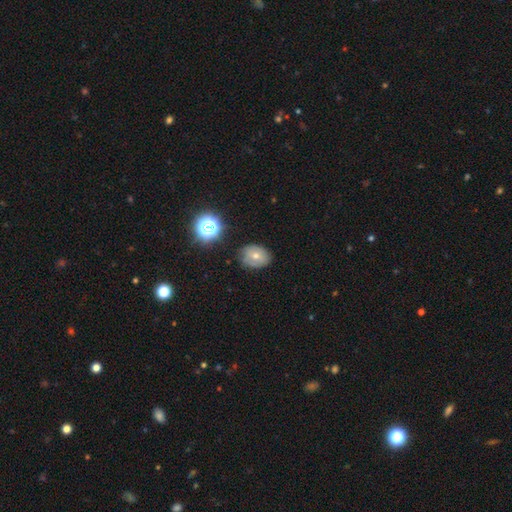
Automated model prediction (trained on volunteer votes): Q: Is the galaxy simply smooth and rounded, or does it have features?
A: smooth — 62%.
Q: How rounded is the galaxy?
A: in between — 54%.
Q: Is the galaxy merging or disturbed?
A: none — 71%.